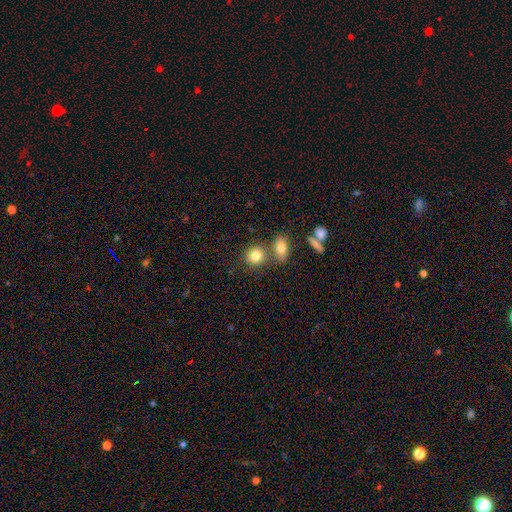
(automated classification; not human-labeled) smooth 81%, star or artifact 10%, featured or disk 9%. Down the decision tree: how rounded — round (73%); merging — none (62%).